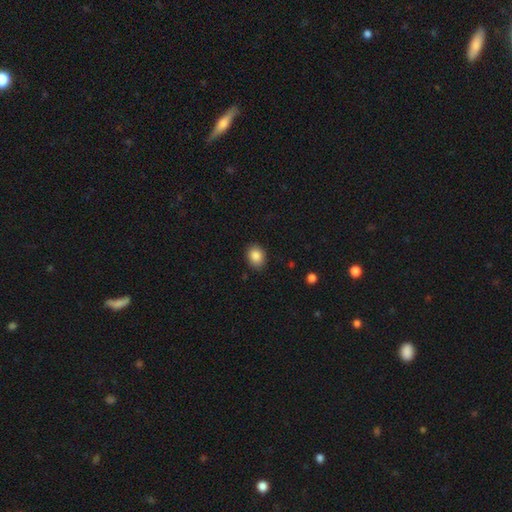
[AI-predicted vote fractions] Morphology: type=smooth (87%); roundness=in between (59%); merging=none (86%).